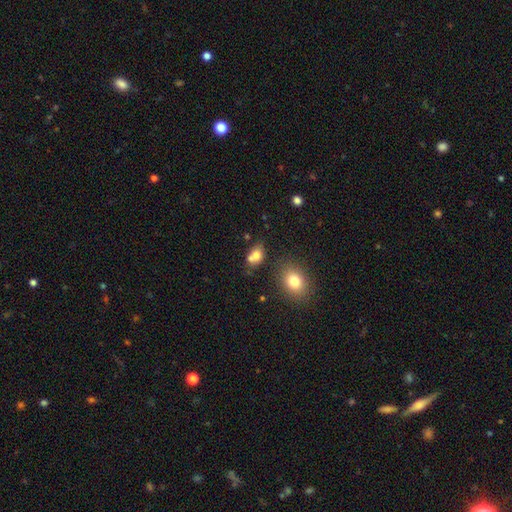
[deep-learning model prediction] Smooth or featured: smooth — 76% (featured or disk — 13%)
How rounded: in between — 66% (round — 33%)
Merging: none — 43% (merger — 38%)